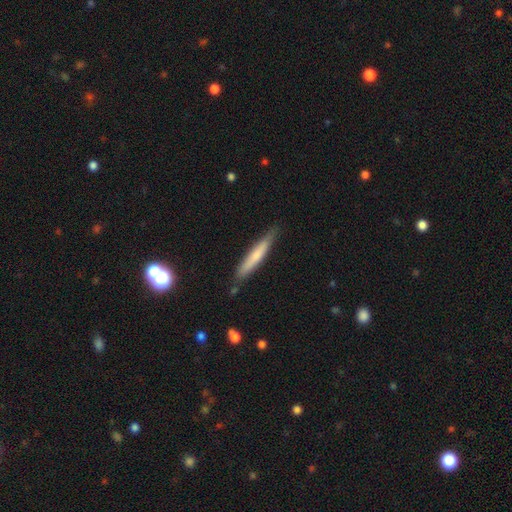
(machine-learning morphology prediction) This is likely a smooth galaxy (63%). How rounded: clearly cigar-shaped (93%). Merging: clearly none (82%).